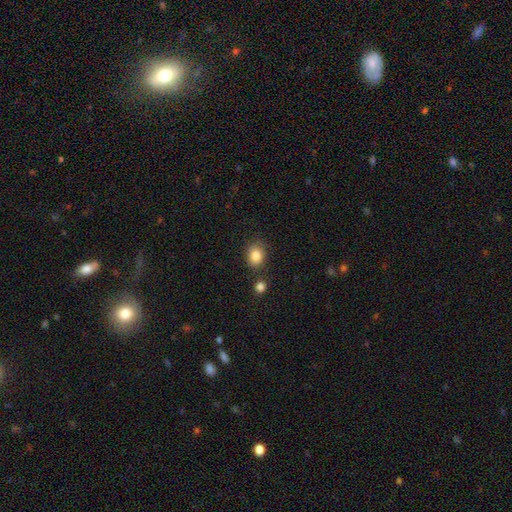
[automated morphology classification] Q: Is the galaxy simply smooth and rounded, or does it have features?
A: smooth — 85%.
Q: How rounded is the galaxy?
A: round — 50%.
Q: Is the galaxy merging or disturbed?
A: none — 73%.